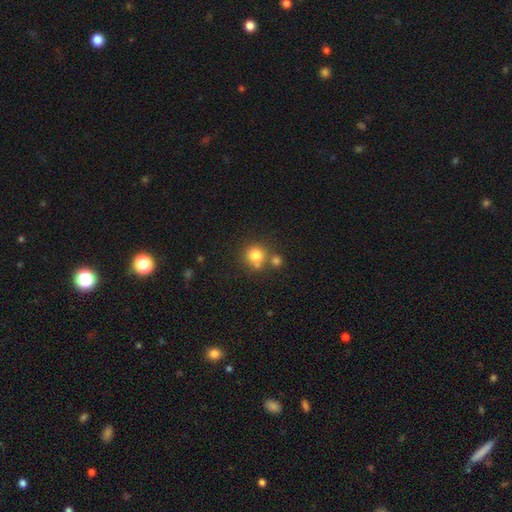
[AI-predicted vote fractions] Q: Smooth or featured?
A: smooth (79%); runner-up: star or artifact (12%)
Q: How rounded?
A: round (90%); runner-up: in between (9%)
Q: Merging?
A: none (60%); runner-up: merger (26%)